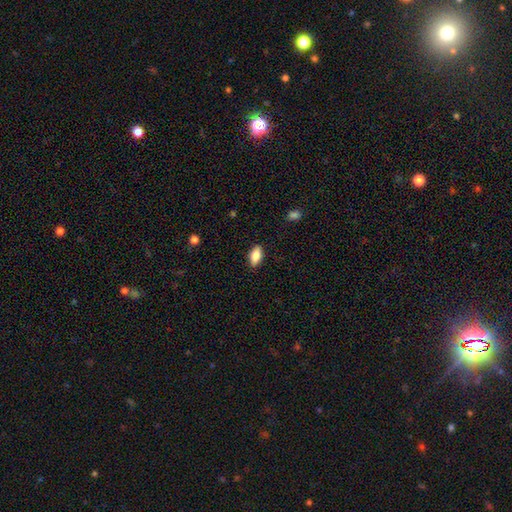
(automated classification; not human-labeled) Q: Smooth or featured?
A: smooth (78%); runner-up: featured or disk (15%)
Q: How rounded?
A: in between (87%); runner-up: cigar-shaped (10%)
Q: Merging?
A: none (87%); runner-up: minor disturbance (10%)